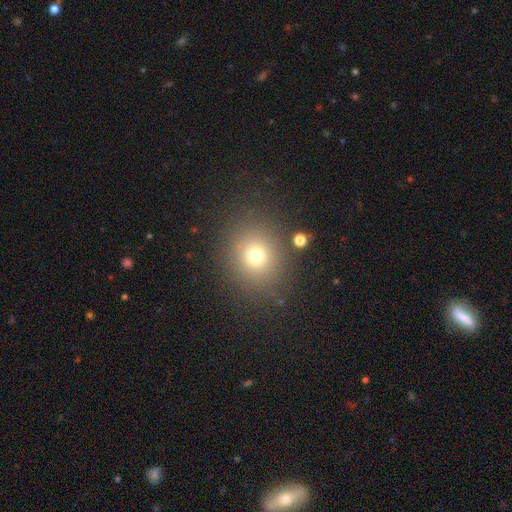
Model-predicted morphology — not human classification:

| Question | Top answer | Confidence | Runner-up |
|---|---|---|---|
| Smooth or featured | smooth | 72% | star or artifact (18%) |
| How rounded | round | 79% | in between (21%) |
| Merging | none | 85% | minor disturbance (8%) |